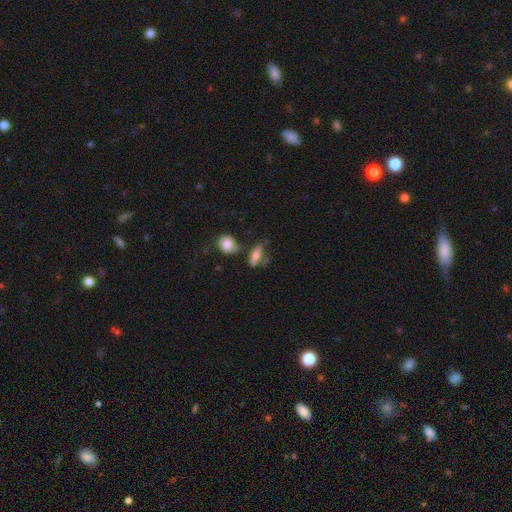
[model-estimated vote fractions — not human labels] The model was most divided on "how rounded": in between: 55%, cigar-shaped: 38%, round: 7%. More confident: smooth or featured — smooth (64%); merging — none (51%).